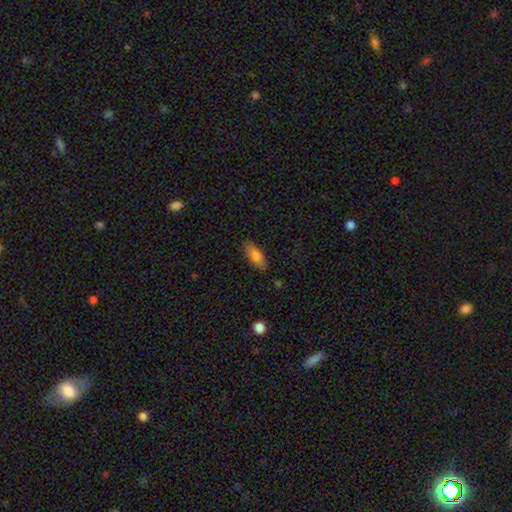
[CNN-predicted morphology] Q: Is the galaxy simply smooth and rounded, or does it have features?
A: smooth — 76%.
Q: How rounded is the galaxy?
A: in between — 81%.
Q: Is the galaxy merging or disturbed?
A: none — 83%.